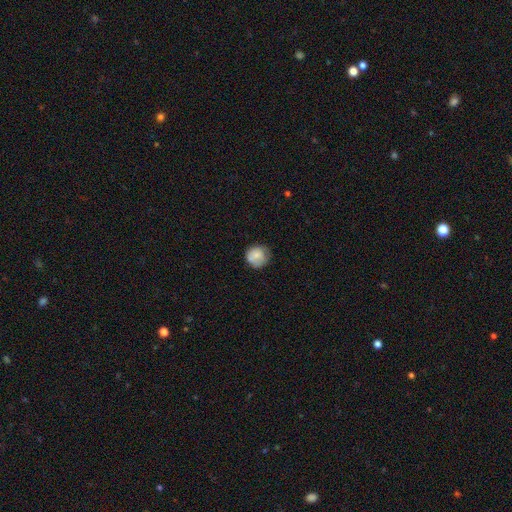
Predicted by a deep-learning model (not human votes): smooth-or-featured: smooth: 78% | featured or disk: 14% | star or artifact: 8%
  how-rounded: round: 89% | in between: 11% | cigar-shaped: 1%
  merging: none: 67% | minor disturbance: 25% | major disturbance: 6% | merger: 2%